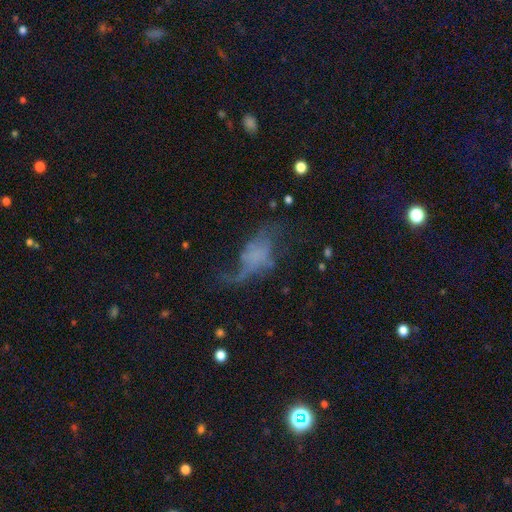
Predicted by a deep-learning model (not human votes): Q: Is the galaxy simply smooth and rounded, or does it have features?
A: featured or disk — 58%.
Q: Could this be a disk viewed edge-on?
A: no — 92%.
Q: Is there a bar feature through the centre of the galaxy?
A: no — 77%.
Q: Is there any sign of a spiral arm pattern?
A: yes — 67%.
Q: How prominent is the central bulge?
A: none — 72%.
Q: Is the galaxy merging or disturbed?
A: major disturbance — 42%.